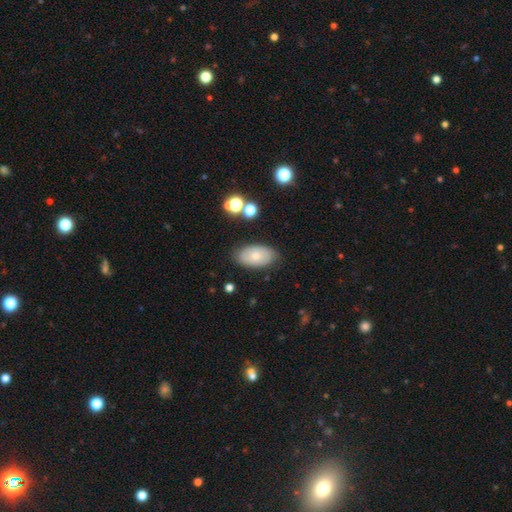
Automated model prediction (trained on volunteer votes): The model was most divided on "smooth or featured": smooth: 66%, featured or disk: 26%, star or artifact: 8%. More confident: how rounded — in between (93%); merging — none (80%).